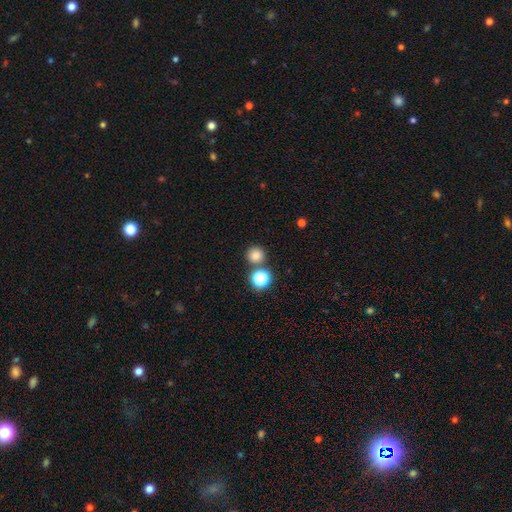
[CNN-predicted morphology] Smooth or featured?
  - smooth: 78% *
  - star or artifact: 16%
  - featured or disk: 6%
How rounded?
  - round: 92% *
  - in between: 7%
  - cigar-shaped: 1%
Merging?
  - none: 76% *
  - merger: 14%
  - minor disturbance: 7%
  - major disturbance: 2%